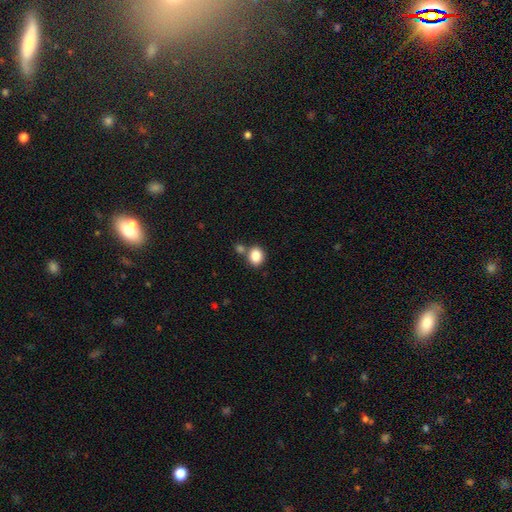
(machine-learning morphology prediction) Q: Smooth or featured?
A: smooth (85%); runner-up: star or artifact (9%)
Q: How rounded?
A: round (56%); runner-up: in between (43%)
Q: Merging?
A: none (65%); runner-up: merger (21%)